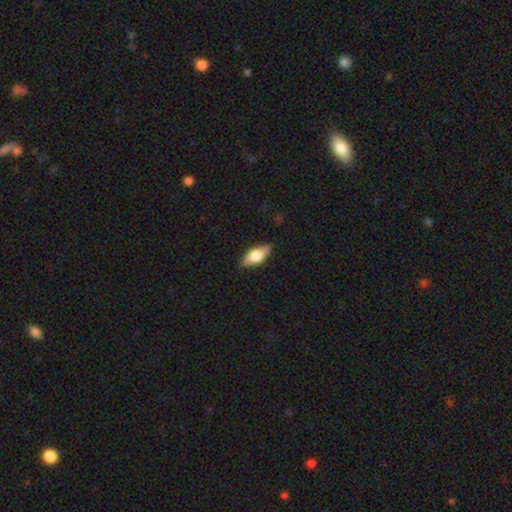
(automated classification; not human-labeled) Smooth or featured? smooth (58%)
How rounded? in between (79%)
Merging? none (86%)